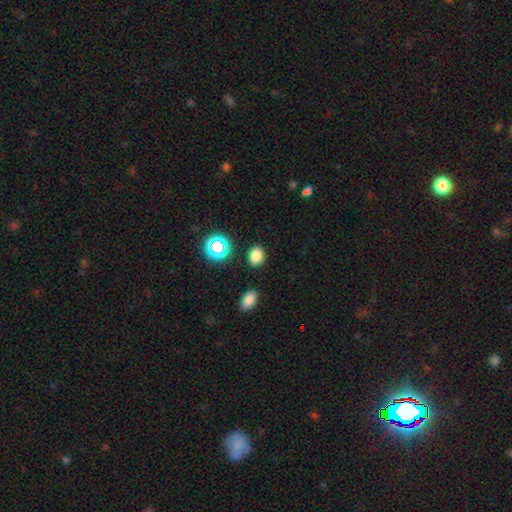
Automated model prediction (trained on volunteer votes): This appears to be a smooth galaxy with no disk features (78%) that is in between round and cigar-shaped (58%). Merging: none (85%).